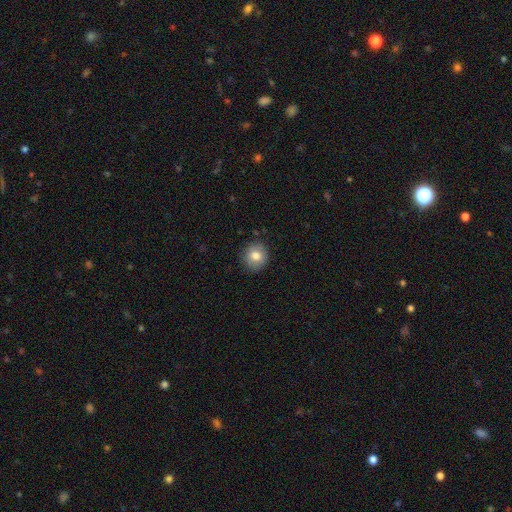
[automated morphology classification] smooth_or_featured: smooth (p=0.80) [alt: featured or disk p=0.11]
how_rounded: round (p=0.86) [alt: in between p=0.13]
merging: none (p=0.87) [alt: minor disturbance p=0.09]